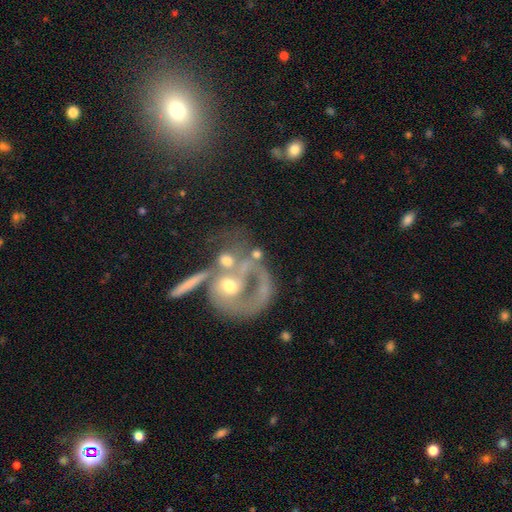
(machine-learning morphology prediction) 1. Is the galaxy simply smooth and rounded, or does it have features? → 65% featured or disk, 23% smooth, 12% star or artifact.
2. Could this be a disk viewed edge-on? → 95% no, 5% yes.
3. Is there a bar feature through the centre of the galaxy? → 79% no, 16% weak, 6% strong.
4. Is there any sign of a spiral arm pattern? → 53% no, 47% yes.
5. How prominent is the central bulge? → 59% moderate, 24% small, 8% none, 6% large, 2% dominant.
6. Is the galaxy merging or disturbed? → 40% merger, 26% major disturbance, 23% none, 11% minor disturbance.